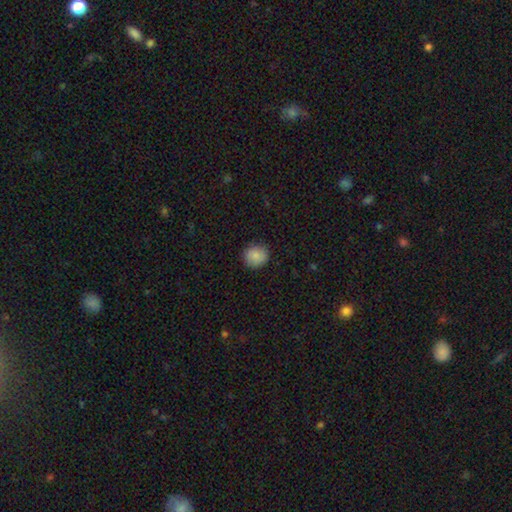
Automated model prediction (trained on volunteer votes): Q: Smooth or featured?
A: smooth (86%); runner-up: star or artifact (8%)
Q: How rounded?
A: round (89%); runner-up: in between (10%)
Q: Merging?
A: none (89%); runner-up: minor disturbance (8%)